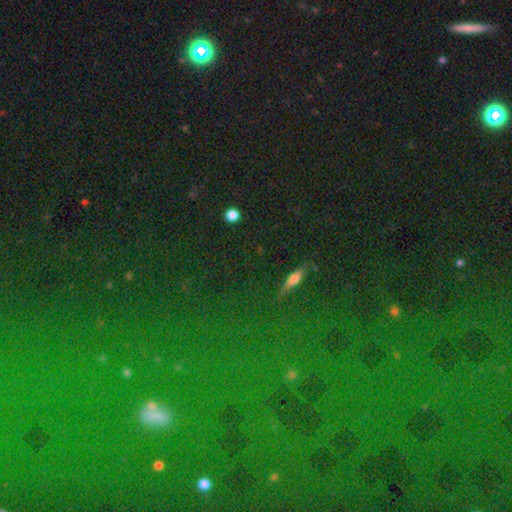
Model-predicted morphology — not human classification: smooth-or-featured: star or artifact: 76% | smooth: 14% | featured or disk: 10%